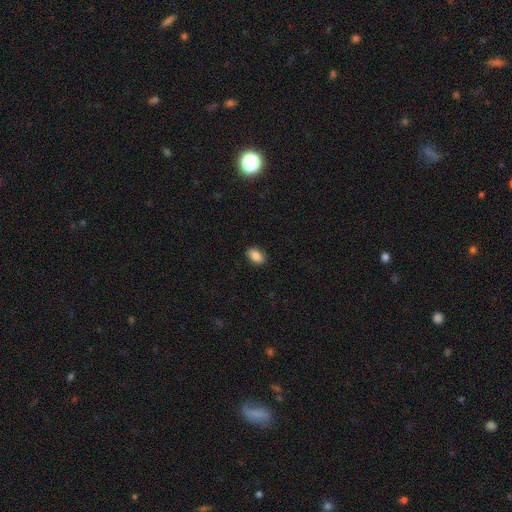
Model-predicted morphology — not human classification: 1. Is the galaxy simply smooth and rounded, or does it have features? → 85% smooth, 8% star or artifact, 7% featured or disk.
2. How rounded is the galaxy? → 85% in between, 13% round, 2% cigar-shaped.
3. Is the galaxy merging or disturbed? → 87% none, 9% minor disturbance, 2% major disturbance, 1% merger.